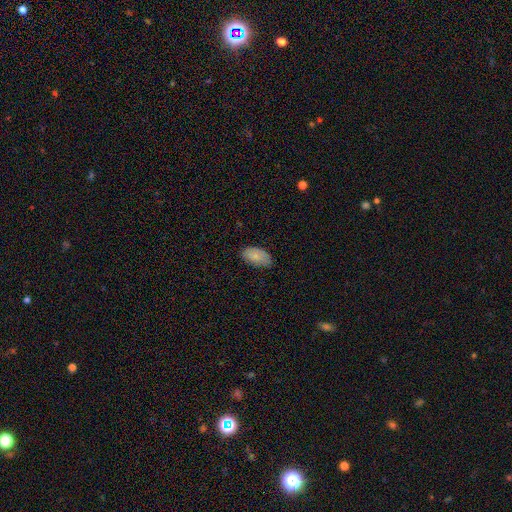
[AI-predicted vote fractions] A smooth galaxy with no disk features (83%) that is in between round and cigar-shaped (95%). Merging: none (75%).